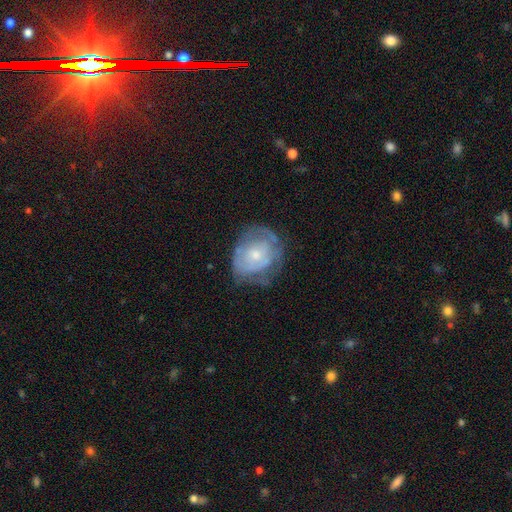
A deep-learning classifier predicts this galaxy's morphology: Smooth or featured?
  - featured or disk: 61% *
  - smooth: 32%
  - star or artifact: 7%
Edge-on disk?
  - no: 97% *
  - yes: 3%
Bar?
  - no: 84% *
  - weak: 14%
  - strong: 2%
Spiral arms?
  - yes: 54% *
  - no: 46%
Bulge size?
  - small: 54% *
  - moderate: 39%
  - large: 3%
  - none: 3%
  - dominant: 1%
Merging?
  - none: 56% *
  - minor disturbance: 27%
  - major disturbance: 15%
  - merger: 2%